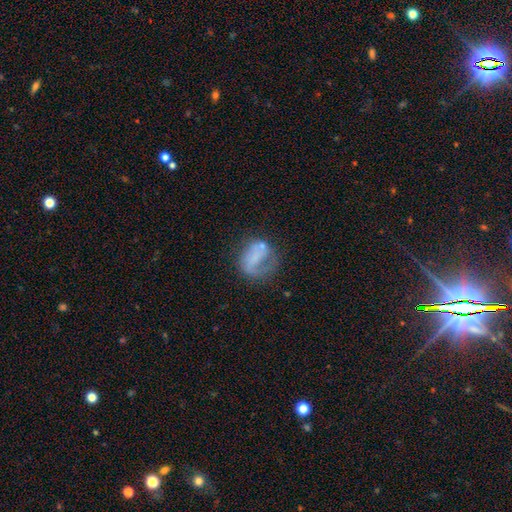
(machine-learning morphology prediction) Smooth or featured: featured or disk — 47% (smooth — 43%)
Merging: major disturbance — 36% (none — 34%)